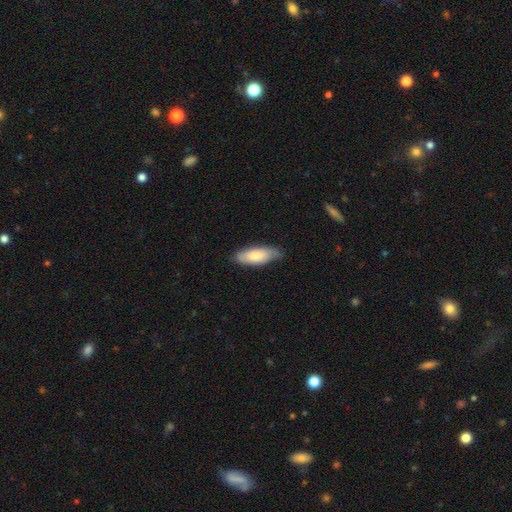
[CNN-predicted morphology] Q: Smooth or featured?
A: smooth (76%); runner-up: featured or disk (19%)
Q: How rounded?
A: in between (74%); runner-up: cigar-shaped (25%)
Q: Merging?
A: none (75%); runner-up: minor disturbance (21%)